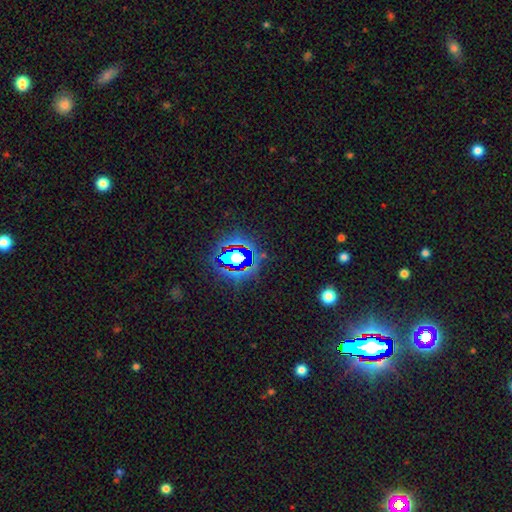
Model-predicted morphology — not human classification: Smooth or featured? Predicted: star or artifact (p=0.82).